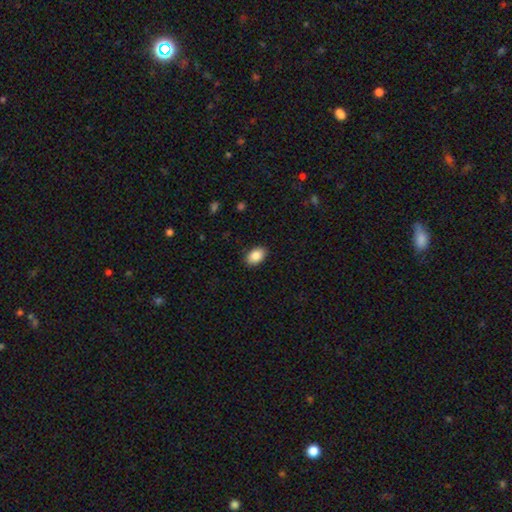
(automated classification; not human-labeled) smooth_or_featured: smooth (p=0.87) [alt: star or artifact p=0.07]
how_rounded: in between (p=0.90) [alt: round p=0.09]
merging: none (p=0.89) [alt: minor disturbance p=0.08]